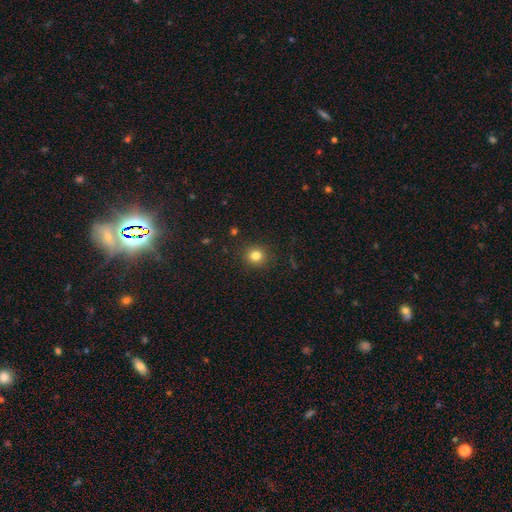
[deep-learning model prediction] A smooth galaxy with no disk features (82%) that is round (87%). Merging: none (90%).